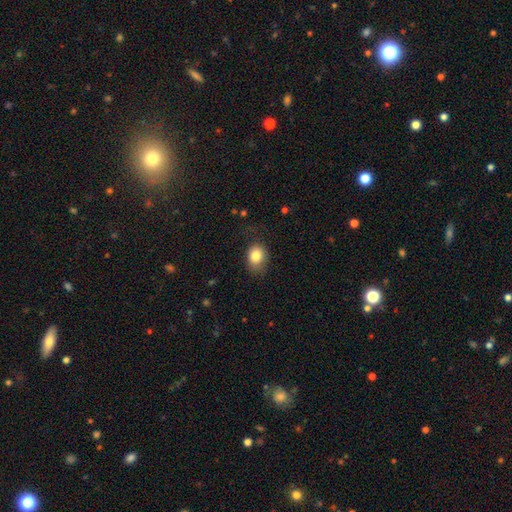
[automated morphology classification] The model was most divided on "how rounded": in between: 57%, round: 42%, cigar-shaped: 1%. More confident: smooth or featured — smooth (83%); merging — none (69%).